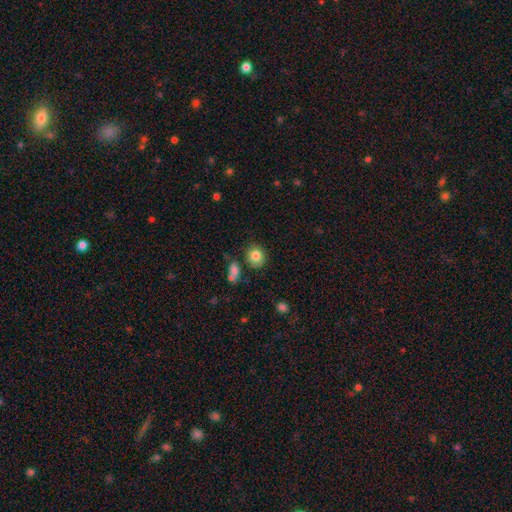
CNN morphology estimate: Q: Smooth or featured?
A: smooth (83%); runner-up: star or artifact (9%)
Q: How rounded?
A: round (74%); runner-up: in between (25%)
Q: Merging?
A: none (81%); runner-up: minor disturbance (11%)